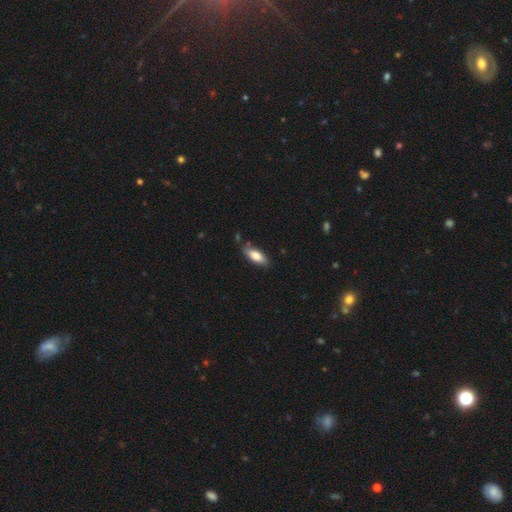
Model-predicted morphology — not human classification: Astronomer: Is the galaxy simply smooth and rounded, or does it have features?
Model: smooth — 78%.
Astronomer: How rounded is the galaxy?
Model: in between — 71%.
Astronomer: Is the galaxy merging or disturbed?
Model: none — 79%.